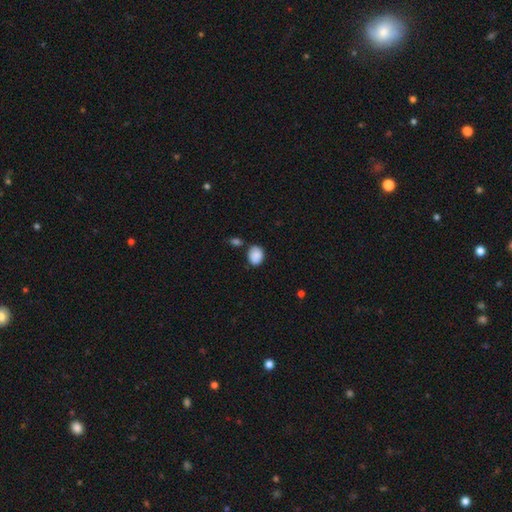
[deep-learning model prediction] Overall: smooth (88%). How rounded: in between (59%; round 40%). Merging: none (65%).